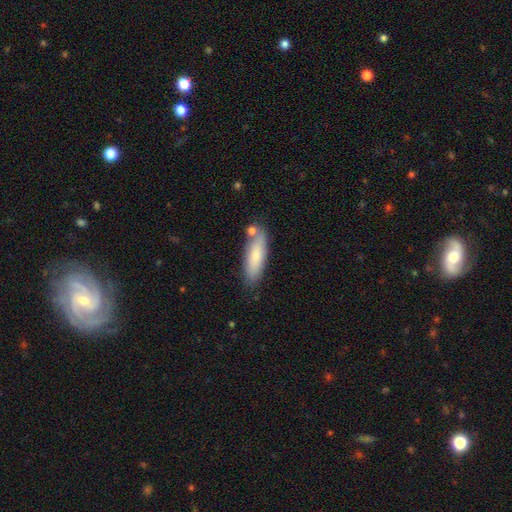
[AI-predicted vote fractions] Overall: smooth (75%). How rounded: in between (54%; cigar-shaped 44%). Merging: none (71%).